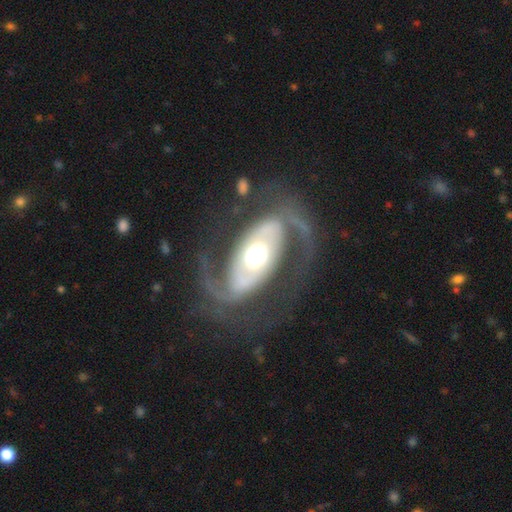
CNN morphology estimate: Smooth or featured? featured or disk (87%)
Edge-on disk? no (95%)
Bar? no (52%)
Spiral arms? yes (89%)
Spiral winding? medium (44%)
Spiral arm count? 2 (91%)
Bulge size? moderate (50%)
Merging? none (73%)